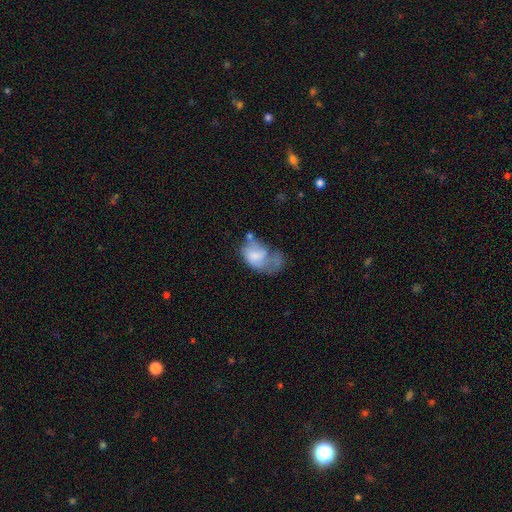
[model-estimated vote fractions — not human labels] Smooth or featured? smooth (57%)
How rounded? in between (84%)
Merging? major disturbance (44%)